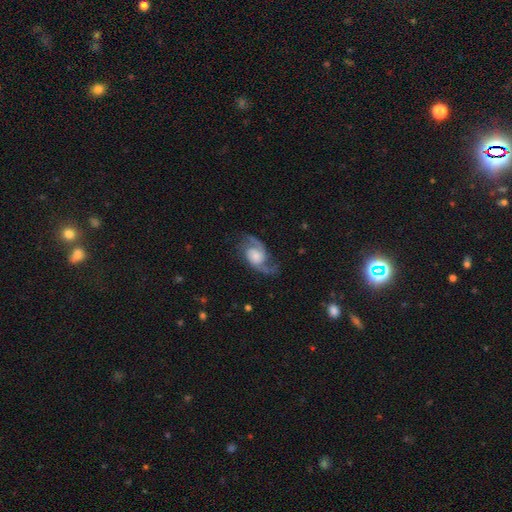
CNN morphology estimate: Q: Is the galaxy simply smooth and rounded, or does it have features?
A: featured or disk — 83%.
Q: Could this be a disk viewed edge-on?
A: no — 97%.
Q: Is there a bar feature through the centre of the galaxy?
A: no — 66%.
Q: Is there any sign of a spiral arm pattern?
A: yes — 95%.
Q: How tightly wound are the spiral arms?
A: loose — 45%.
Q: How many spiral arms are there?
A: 2 — 89%.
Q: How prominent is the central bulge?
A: small — 28%.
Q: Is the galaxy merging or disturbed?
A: none — 64%.